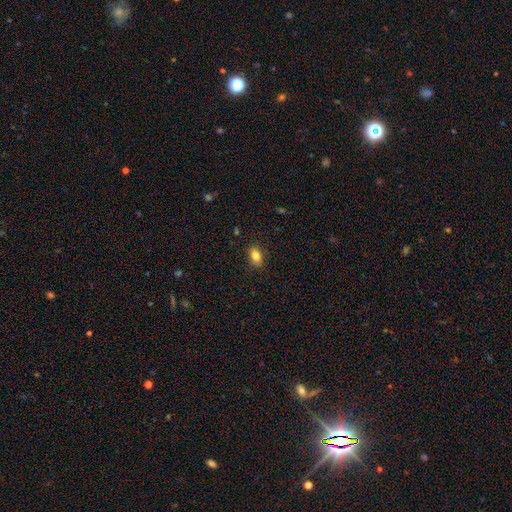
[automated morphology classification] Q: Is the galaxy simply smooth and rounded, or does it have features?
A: smooth — 81%.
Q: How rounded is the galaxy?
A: in between — 82%.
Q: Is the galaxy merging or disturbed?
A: none — 86%.